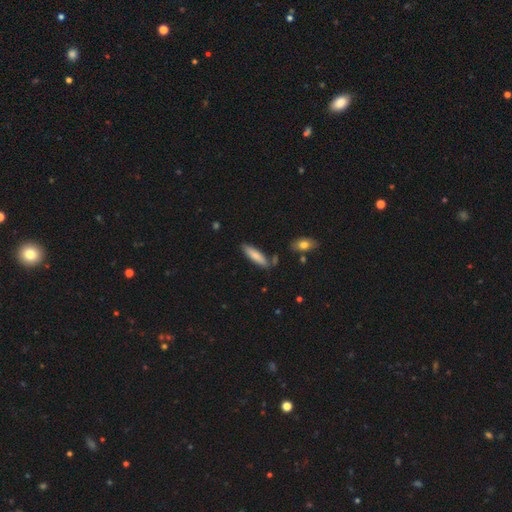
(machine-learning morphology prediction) The model was most divided on "how rounded": cigar-shaped: 68%, in between: 31%, round: 2%. More confident: merging — none (80%); smooth or featured — smooth (78%).